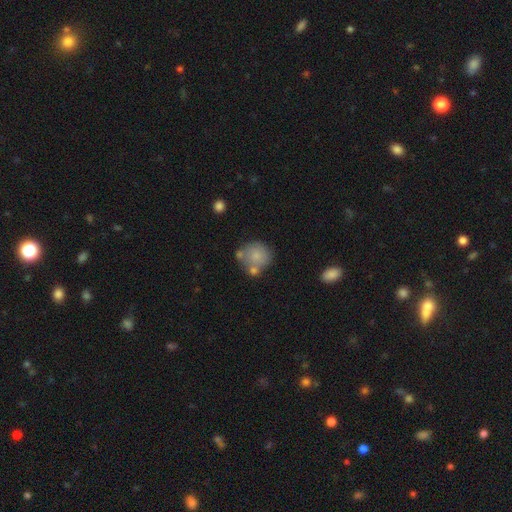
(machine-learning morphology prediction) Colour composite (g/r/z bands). It shows a smooth galaxy with no disk features (75%) that is round (84%). Merging: none (53%).